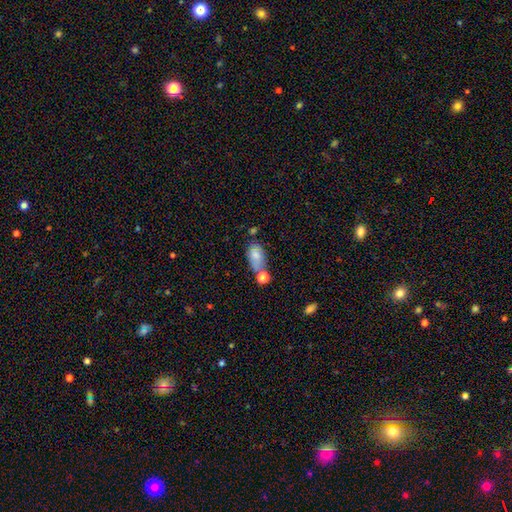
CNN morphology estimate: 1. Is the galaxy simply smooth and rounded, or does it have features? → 73% smooth, 18% featured or disk, 9% star or artifact.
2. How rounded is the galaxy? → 88% in between, 8% round, 4% cigar-shaped.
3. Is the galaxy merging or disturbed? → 39% none, 28% merger, 22% minor disturbance, 11% major disturbance.